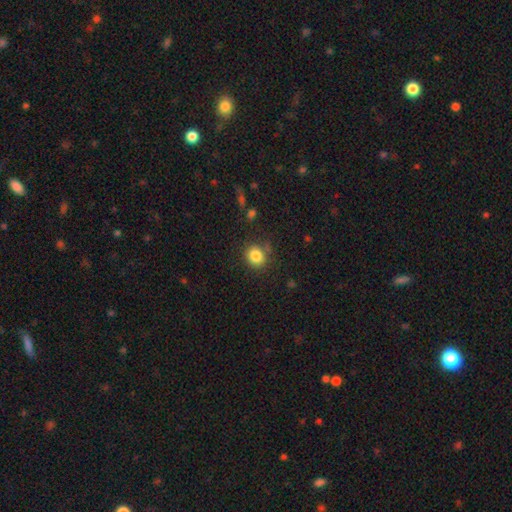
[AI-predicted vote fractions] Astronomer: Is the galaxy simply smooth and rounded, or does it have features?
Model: smooth — 84%.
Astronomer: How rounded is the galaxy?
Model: round — 79%.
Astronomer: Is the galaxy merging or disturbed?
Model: none — 78%.